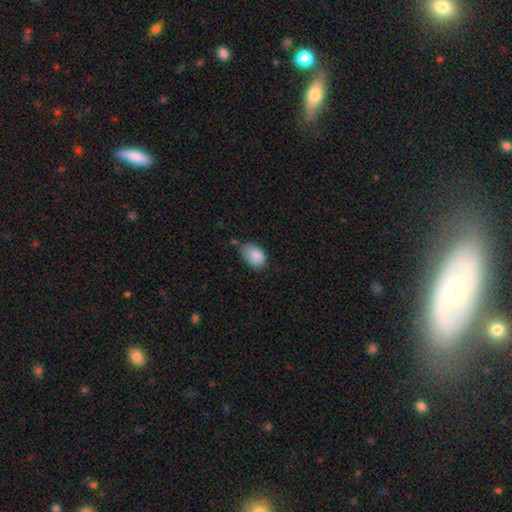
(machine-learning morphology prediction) smooth_or_featured: smooth (p=0.87) [alt: star or artifact p=0.07]
how_rounded: in between (p=0.88) [alt: round p=0.11]
merging: none (p=0.55) [alt: minor disturbance p=0.35]